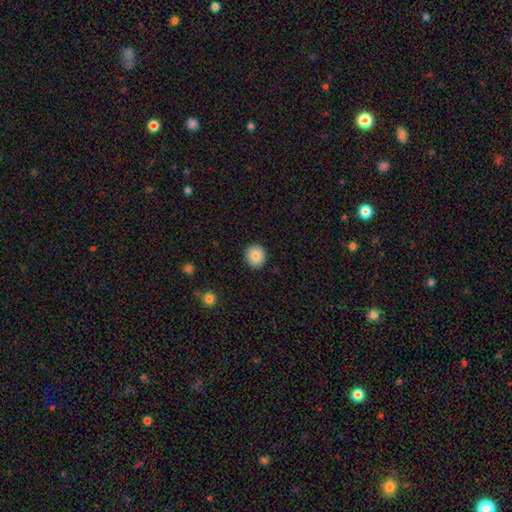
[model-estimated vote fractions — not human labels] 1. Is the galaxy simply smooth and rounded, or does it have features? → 86% smooth, 8% star or artifact, 6% featured or disk.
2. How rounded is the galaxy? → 84% round, 15% in between, 1% cigar-shaped.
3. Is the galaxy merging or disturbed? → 91% none, 6% minor disturbance, 2% major disturbance, 1% merger.